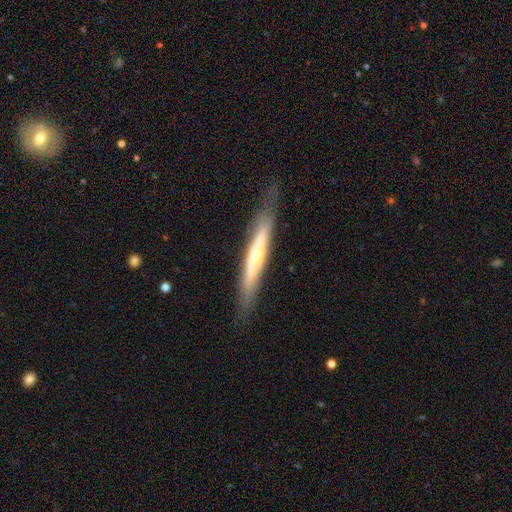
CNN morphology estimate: smooth-or-featured: featured or disk: 58% | smooth: 36% | star or artifact: 6%
  disk-edge-on: yes: 86% | no: 14%
  merging: none: 77% | minor disturbance: 16% | major disturbance: 5% | merger: 1%